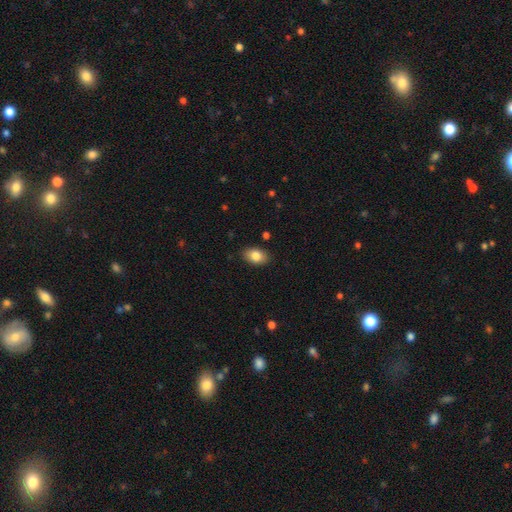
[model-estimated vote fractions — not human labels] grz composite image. It shows a smooth galaxy with no disk features (83%) that is in between round and cigar-shaped (89%). Merging: none (86%).